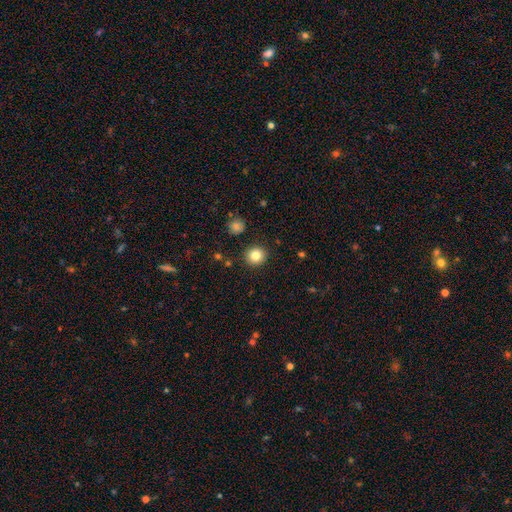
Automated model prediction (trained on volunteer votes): The model was most divided on "smooth or featured": smooth: 84%, star or artifact: 11%, featured or disk: 6%. More confident: how rounded — round (91%); merging — none (91%).